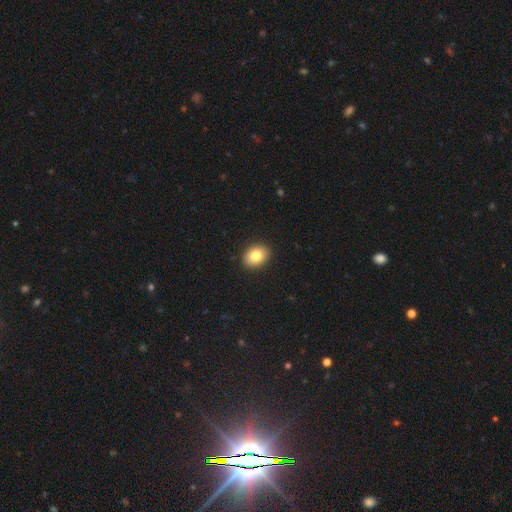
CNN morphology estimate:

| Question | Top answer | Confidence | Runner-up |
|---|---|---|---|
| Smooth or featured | smooth | 84% | star or artifact (8%) |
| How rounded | in between | 67% | round (32%) |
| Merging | none | 91% | minor disturbance (6%) |